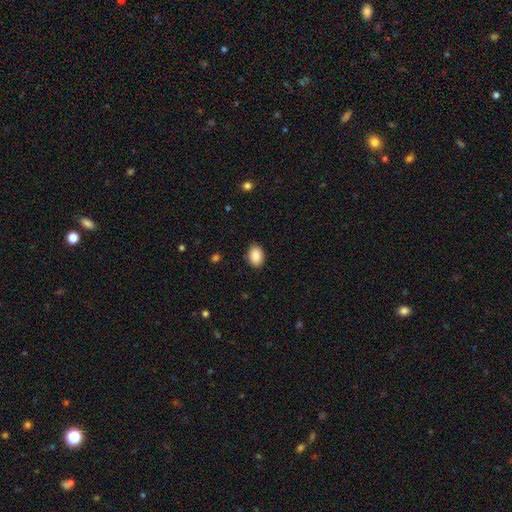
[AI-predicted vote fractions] A smooth galaxy with no disk features (90%) that is in between round and cigar-shaped (80%).

Vote fractions:
- Smooth or featured? smooth: 90% / star or artifact: 7% / featured or disk: 3%
- How rounded? in between: 80% / round: 19% / cigar-shaped: 1%
- Merging? none: 87% / minor disturbance: 10% / major disturbance: 2% / merger: 1%